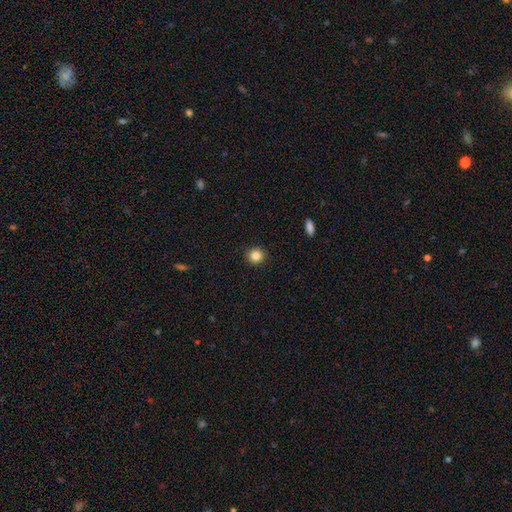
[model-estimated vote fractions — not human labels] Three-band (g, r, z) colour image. It shows a smooth galaxy with no disk features (85%) that is round (92%). Merging: none (92%).